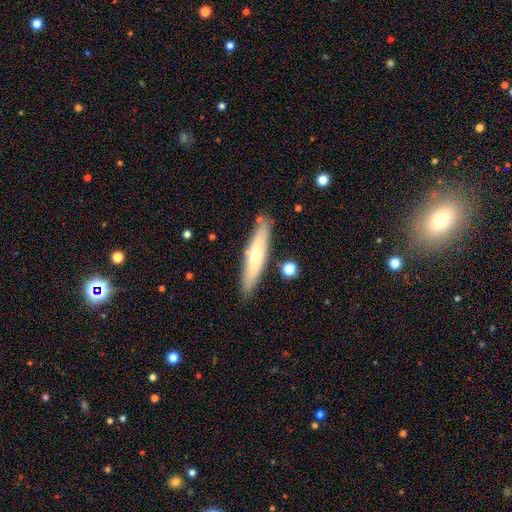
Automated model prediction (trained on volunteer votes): smooth_or_featured: smooth (p=0.50) [alt: featured or disk p=0.44]
how_rounded: cigar-shaped (p=0.84) [alt: in between p=0.15]
merging: none (p=0.84) [alt: minor disturbance p=0.10]